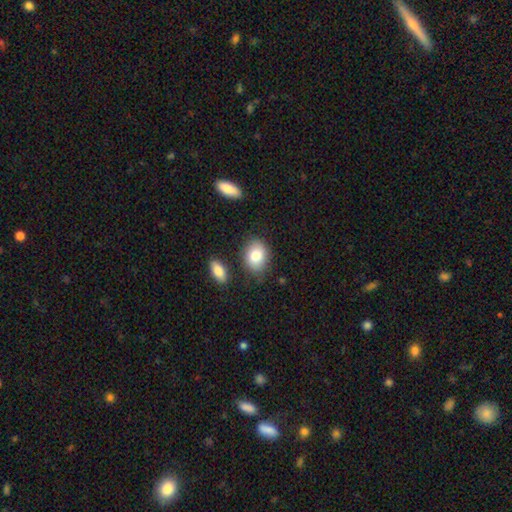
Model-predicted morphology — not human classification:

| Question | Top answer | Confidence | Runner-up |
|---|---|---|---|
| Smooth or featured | smooth | 81% | featured or disk (12%) |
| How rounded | in between | 68% | round (31%) |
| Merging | none | 76% | minor disturbance (15%) |